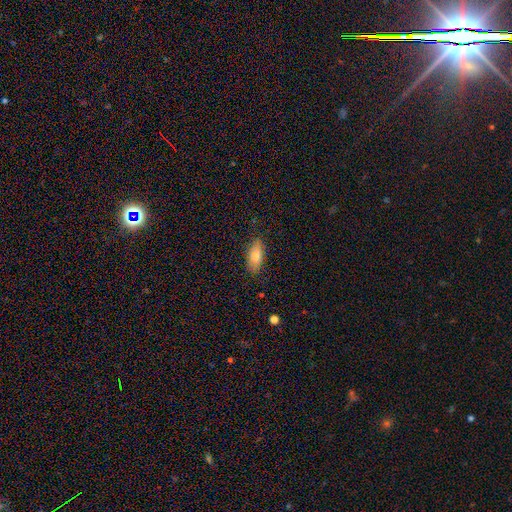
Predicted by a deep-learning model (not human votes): Smooth or featured? smooth (78%)
How rounded? in between (79%)
Merging? none (84%)